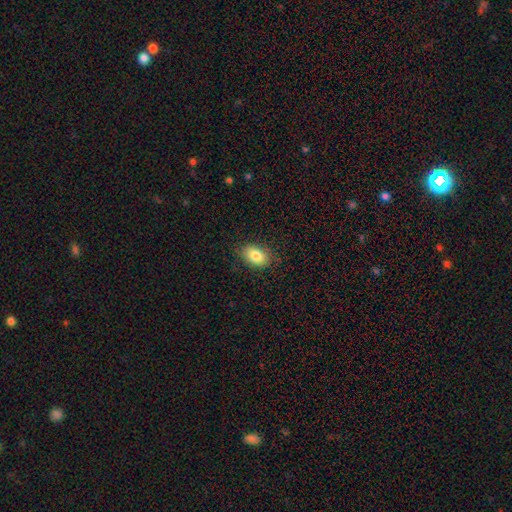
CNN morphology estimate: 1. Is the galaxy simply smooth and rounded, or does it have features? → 83% smooth, 9% featured or disk, 8% star or artifact.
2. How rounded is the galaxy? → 88% in between, 11% round, 2% cigar-shaped.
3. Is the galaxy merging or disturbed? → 83% none, 13% minor disturbance, 3% major disturbance, 1% merger.